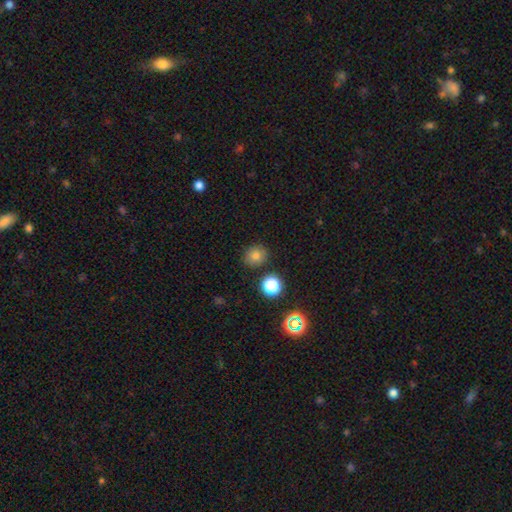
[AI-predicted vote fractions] Q: Smooth or featured?
A: smooth (77%); runner-up: star or artifact (16%)
Q: How rounded?
A: round (79%); runner-up: in between (20%)
Q: Merging?
A: none (85%); runner-up: minor disturbance (9%)